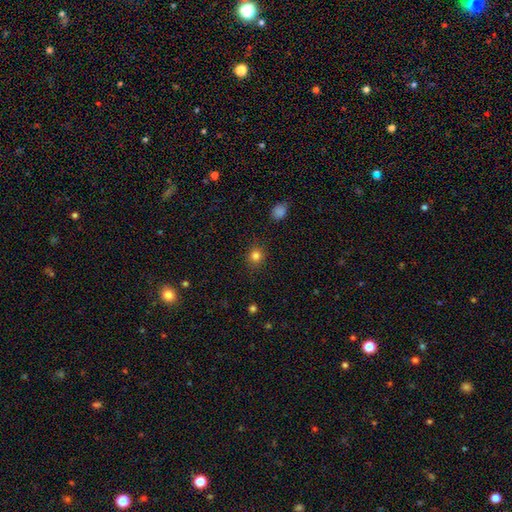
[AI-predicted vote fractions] Overall: smooth (81%). How rounded: round (85%). Merging: none (87%).